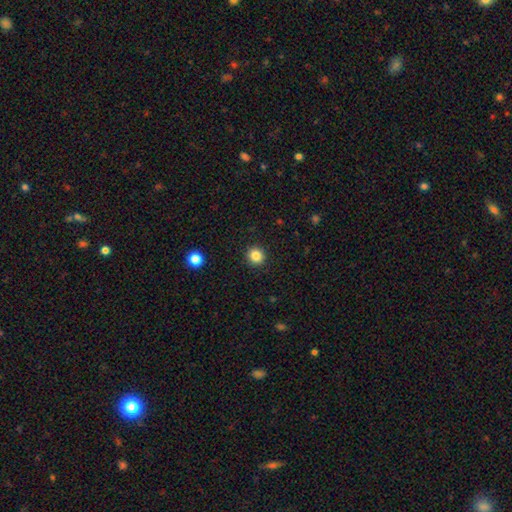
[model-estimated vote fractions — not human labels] Morphology: type=smooth (84%); roundness=round (93%); merging=none (93%).